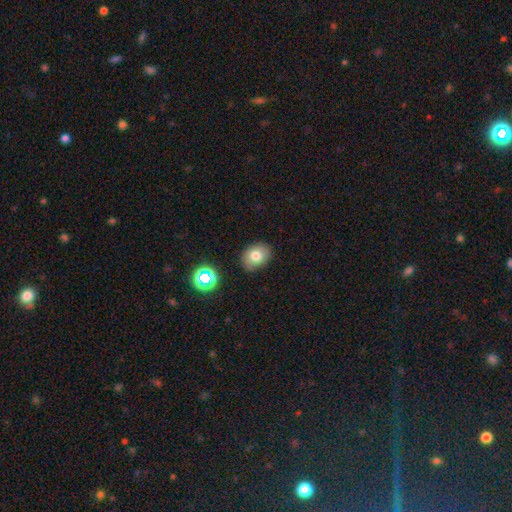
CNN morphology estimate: smooth-or-featured: smooth: 76% | star or artifact: 12% | featured or disk: 11%
  how-rounded: in between: 62% | round: 37% | cigar-shaped: 1%
  merging: none: 81% | minor disturbance: 14% | major disturbance: 3% | merger: 2%